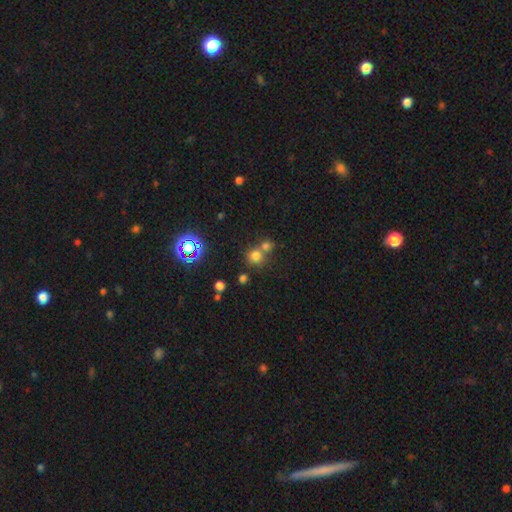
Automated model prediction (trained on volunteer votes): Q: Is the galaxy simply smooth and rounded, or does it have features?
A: smooth — 70%.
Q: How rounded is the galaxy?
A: round — 88%.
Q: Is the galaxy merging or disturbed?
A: none — 53%.